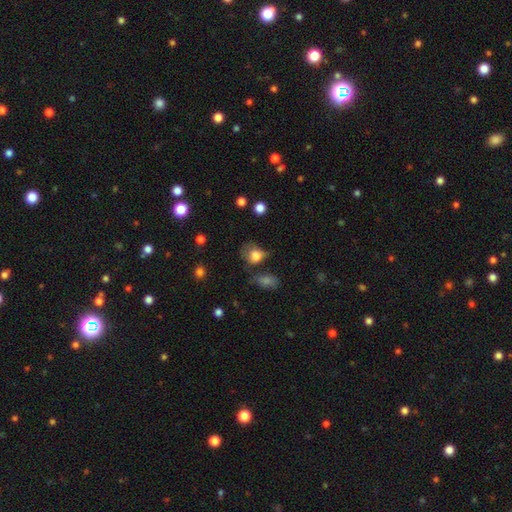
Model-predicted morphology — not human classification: Smooth or featured: smooth — 78% (featured or disk — 12%)
How rounded: round — 52% (in between — 46%)
Merging: none — 37% (minor disturbance — 29%)